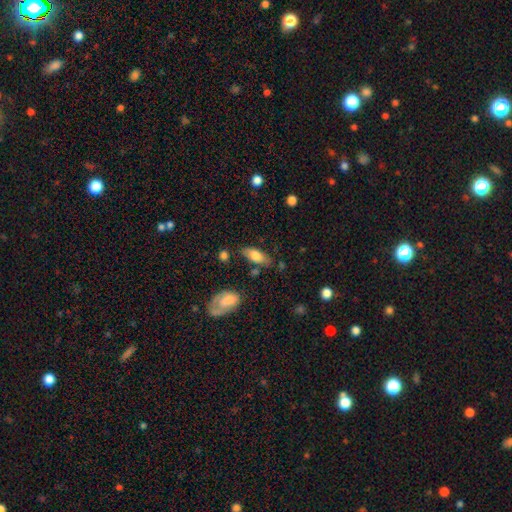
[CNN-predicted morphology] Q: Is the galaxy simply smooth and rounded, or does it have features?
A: smooth — 73%.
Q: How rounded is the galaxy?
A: in between — 79%.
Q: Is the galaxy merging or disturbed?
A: none — 72%.